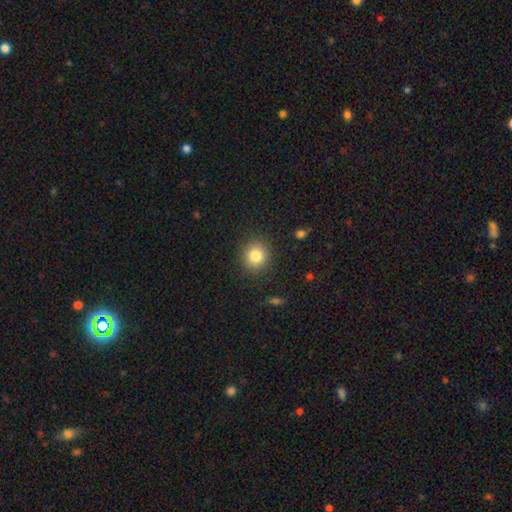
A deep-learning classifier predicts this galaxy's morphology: Smooth or featured?
  - smooth: 82% *
  - star or artifact: 11%
  - featured or disk: 8%
How rounded?
  - round: 84% *
  - in between: 15%
  - cigar-shaped: 1%
Merging?
  - none: 89% *
  - minor disturbance: 7%
  - major disturbance: 3%
  - merger: 1%